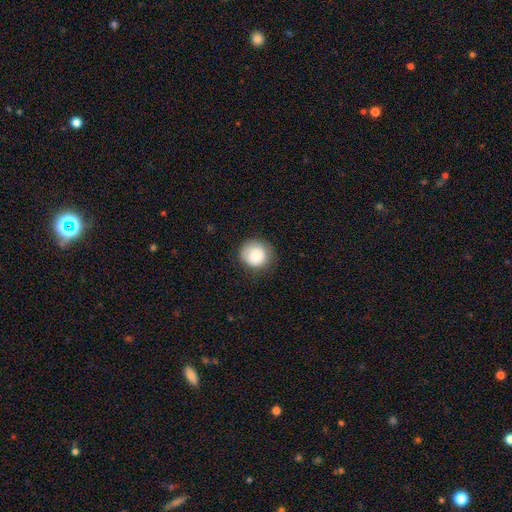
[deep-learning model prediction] Smooth or featured? smooth (86%)
How rounded? round (91%)
Merging? none (77%)